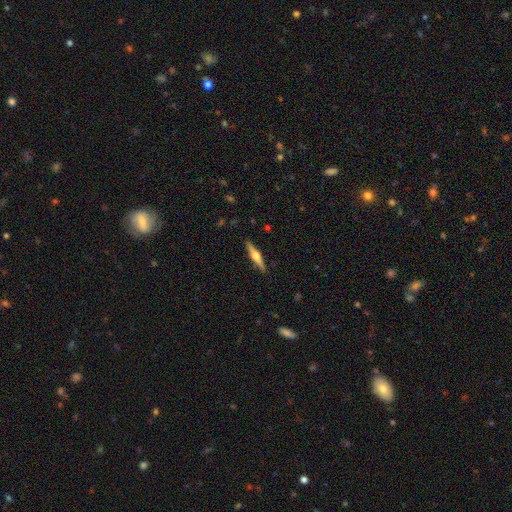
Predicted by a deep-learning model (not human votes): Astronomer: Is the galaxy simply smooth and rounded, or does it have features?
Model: featured or disk — 70%.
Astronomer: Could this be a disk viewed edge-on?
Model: yes — 98%.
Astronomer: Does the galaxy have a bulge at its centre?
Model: rounded — 92%.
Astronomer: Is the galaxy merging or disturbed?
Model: none — 91%.